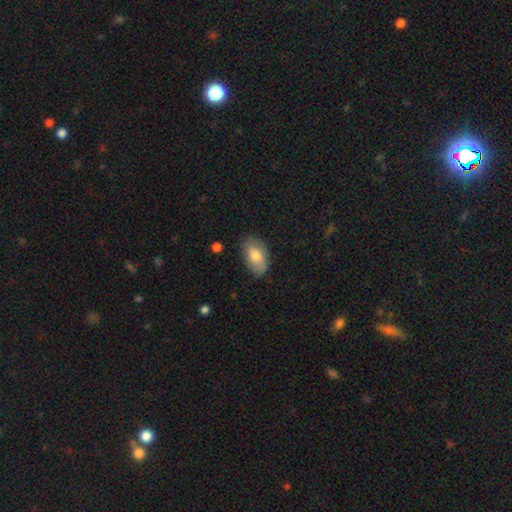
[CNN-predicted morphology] Overall: smooth (76%). How rounded: in between (93%). Merging: none (76%).